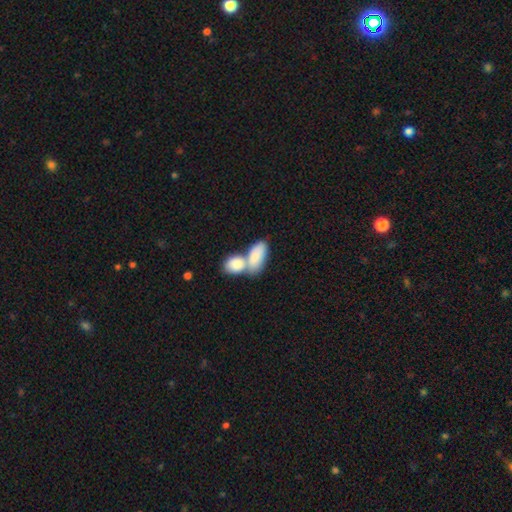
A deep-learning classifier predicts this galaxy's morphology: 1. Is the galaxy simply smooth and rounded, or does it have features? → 83% smooth, 12% featured or disk, 5% star or artifact.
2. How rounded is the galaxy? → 91% in between, 5% cigar-shaped, 5% round.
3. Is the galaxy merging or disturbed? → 67% merger, 22% none, 7% minor disturbance, 4% major disturbance.